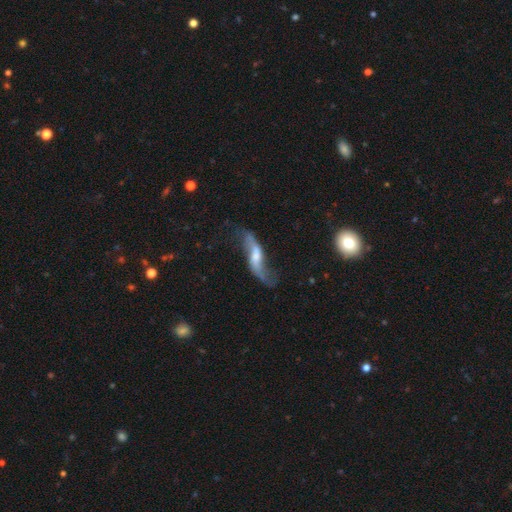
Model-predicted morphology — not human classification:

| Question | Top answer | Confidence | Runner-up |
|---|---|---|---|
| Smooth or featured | featured or disk | 79% | smooth (15%) |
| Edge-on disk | no | 83% | yes (17%) |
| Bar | weak | 42% | no (30%) |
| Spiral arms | yes | 92% | no (8%) |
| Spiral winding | loose | 91% | medium (7%) |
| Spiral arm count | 2 | 91% | 1 (3%) |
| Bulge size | moderate | 38% | small (36%) |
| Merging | none | 58% | minor disturbance (21%) |